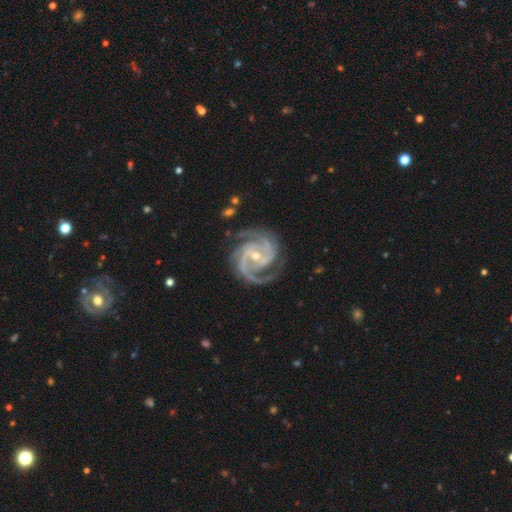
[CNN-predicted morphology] This is clearly a featured or disk galaxy (94%). It is clearly not viewed edge-on (98%). Bar: possibly no (46%). Spiral arm pattern: clearly yes (99%). Spiral arm count: marginally 2 (42%). Spiral winding: possibly tight (53%). Central bulge: likely small (60%). Merging: likely none (77%).